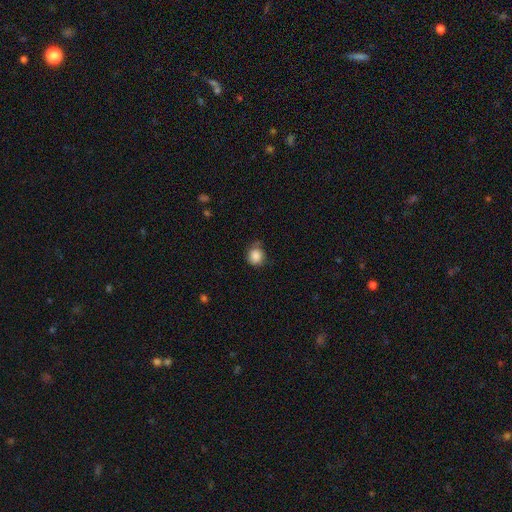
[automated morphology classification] A smooth galaxy with no disk features (86%) that is round (82%).

Vote fractions:
- Smooth or featured? smooth: 86% / star or artifact: 9% / featured or disk: 5%
- How rounded? round: 82% / in between: 18% / cigar-shaped: 1%
- Merging? none: 64% / minor disturbance: 27% / major disturbance: 6% / merger: 2%